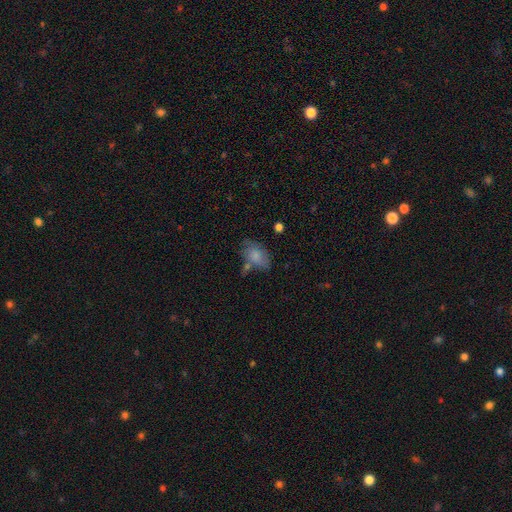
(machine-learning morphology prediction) smooth_or_featured: smooth (p=0.77) [alt: featured or disk p=0.15]
how_rounded: in between (p=0.87) [alt: round p=0.11]
merging: none (p=0.51) [alt: minor disturbance p=0.26]